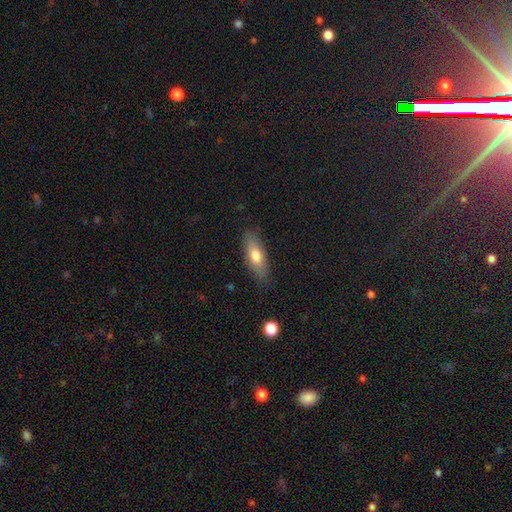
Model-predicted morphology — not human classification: smooth 70%, featured or disk 23%, star or artifact 6%. Down the decision tree: how rounded — in between (69%); merging — none (81%).